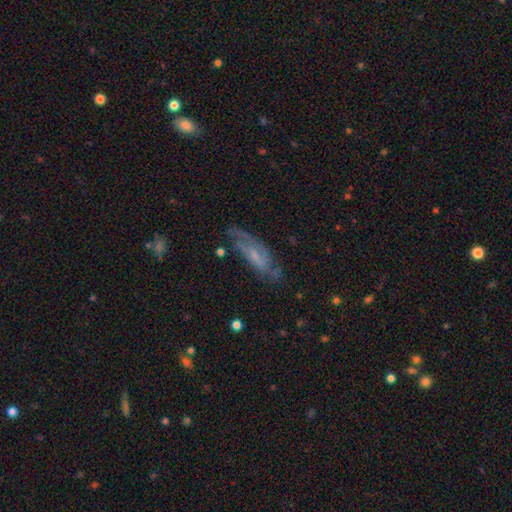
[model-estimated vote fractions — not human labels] Overall: featured or disk (71%). Edge-on disk: no (85%). Bar: no (44%; weak 43%). Spiral arms: yes (89%). Spiral arm count: 2 (59%; can't tell 24%). Spiral winding: medium (46%; tight 31%). Bulge size: small (57%; moderate 25%). Merging: none (65%).